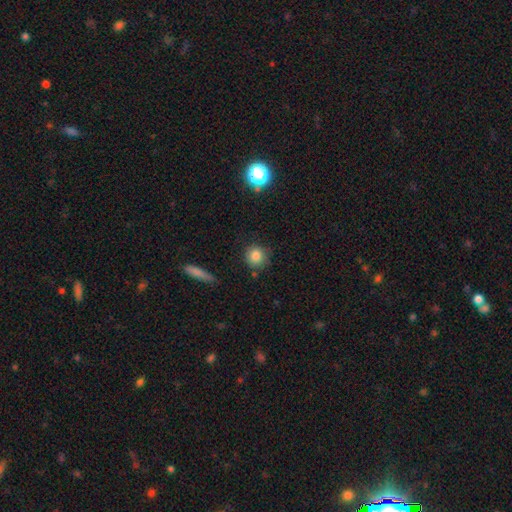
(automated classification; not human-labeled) A smooth galaxy with no disk features (82%) that is round (89%).

Vote fractions:
- Smooth or featured? smooth: 82% / star or artifact: 10% / featured or disk: 7%
- How rounded? round: 89% / in between: 9% / cigar-shaped: 2%
- Merging? none: 79% / minor disturbance: 14% / merger: 4% / major disturbance: 4%